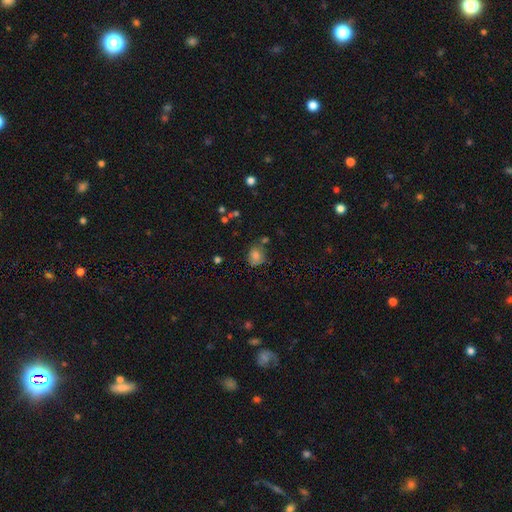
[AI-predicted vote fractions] Morphology: type=smooth (72%); roundness=round (62%); merging=none (64%).